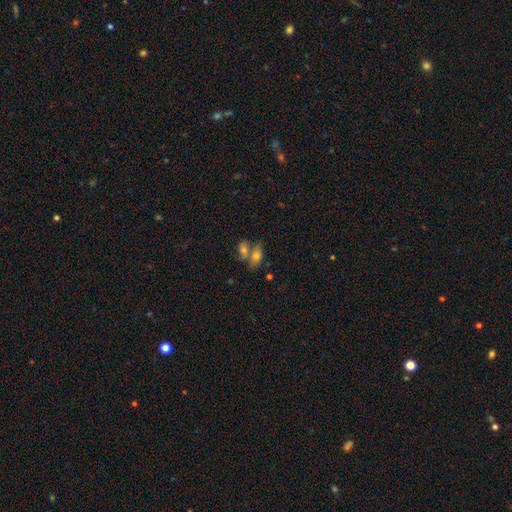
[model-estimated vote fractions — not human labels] This is likely a smooth galaxy (63%). How rounded: likely in between (80%). Merging: possibly merger (53%).